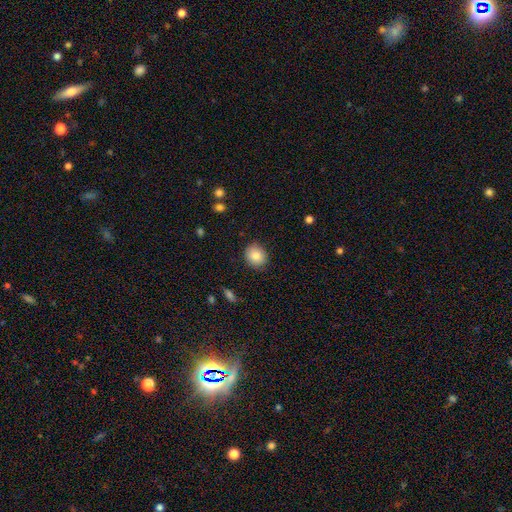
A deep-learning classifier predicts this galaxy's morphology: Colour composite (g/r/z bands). It shows a smooth galaxy with no disk features (84%) that is round (72%). Merging: none (87%).